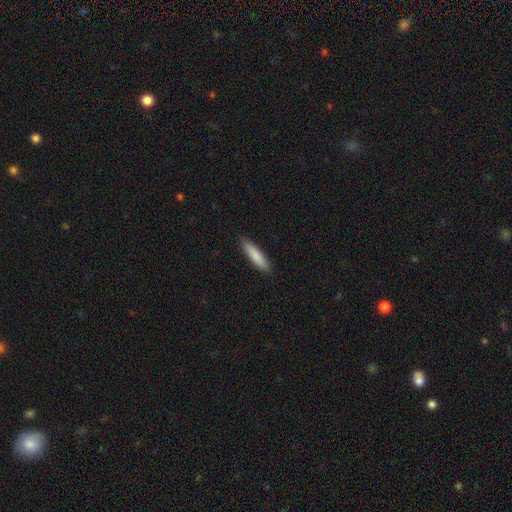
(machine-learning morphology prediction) Q: Smooth or featured?
A: smooth (83%); runner-up: featured or disk (12%)
Q: How rounded?
A: cigar-shaped (77%); runner-up: in between (22%)
Q: Merging?
A: none (87%); runner-up: minor disturbance (10%)